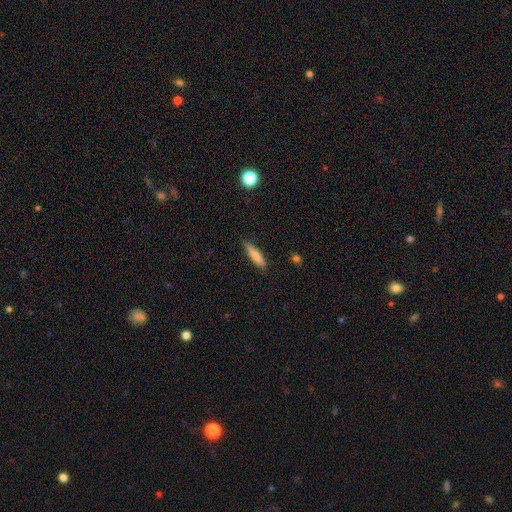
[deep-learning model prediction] Smooth or featured?
  - smooth: 80% *
  - featured or disk: 14%
  - star or artifact: 7%
How rounded?
  - cigar-shaped: 80% *
  - in between: 19%
  - round: 1%
Merging?
  - none: 85% *
  - minor disturbance: 11%
  - major disturbance: 2%
  - merger: 1%